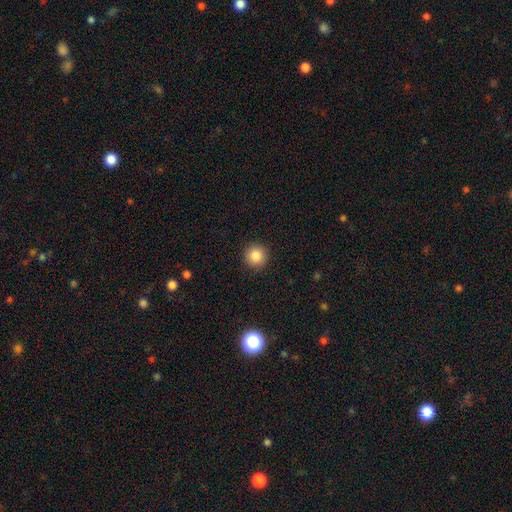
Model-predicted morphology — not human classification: A smooth galaxy with no disk features (86%) that is round (95%). Merging: none (92%).